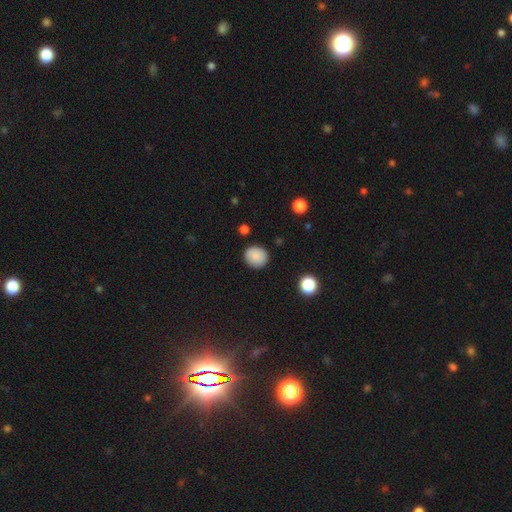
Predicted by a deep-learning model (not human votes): This appears to be a smooth galaxy with no disk features (88%) that is round (85%). Merging: none (88%).